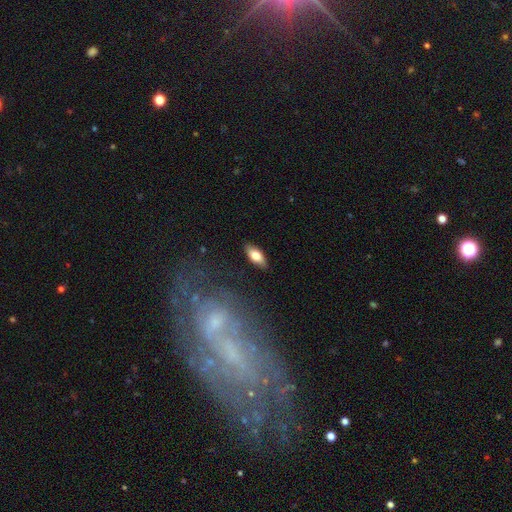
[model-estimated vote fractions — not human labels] smooth-or-featured: smooth: 73% | featured or disk: 20% | star or artifact: 7%
  how-rounded: in between: 82% | cigar-shaped: 15% | round: 3%
  merging: none: 88% | minor disturbance: 9% | major disturbance: 2% | merger: 1%